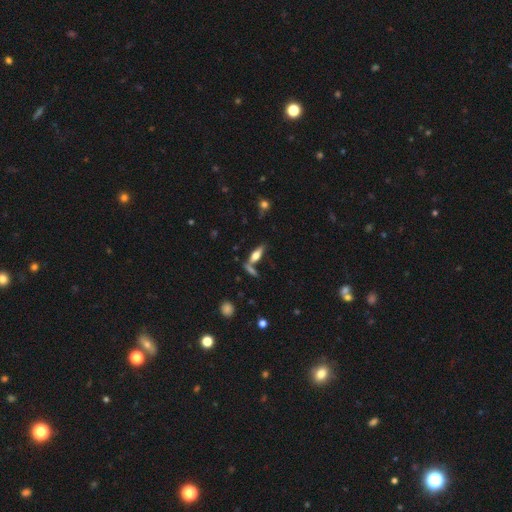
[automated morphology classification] featured or disk 47%, smooth 45%, star or artifact 8%. Down the decision tree: merging — none (64%).